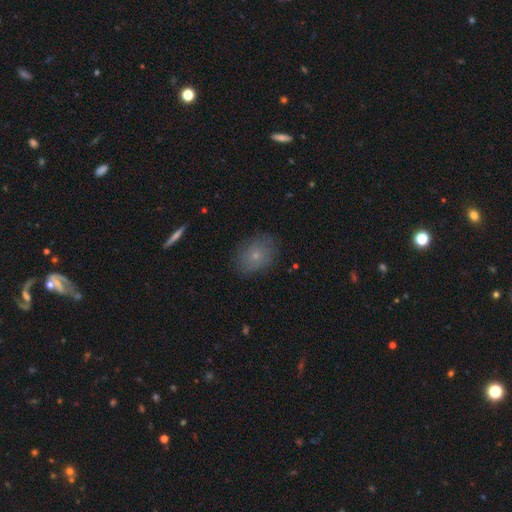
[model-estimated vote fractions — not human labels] Smooth or featured?
  - smooth: 65% *
  - featured or disk: 24%
  - star or artifact: 11%
How rounded?
  - in between: 58% *
  - round: 40%
  - cigar-shaped: 2%
Merging?
  - none: 81% *
  - minor disturbance: 14%
  - major disturbance: 4%
  - merger: 1%